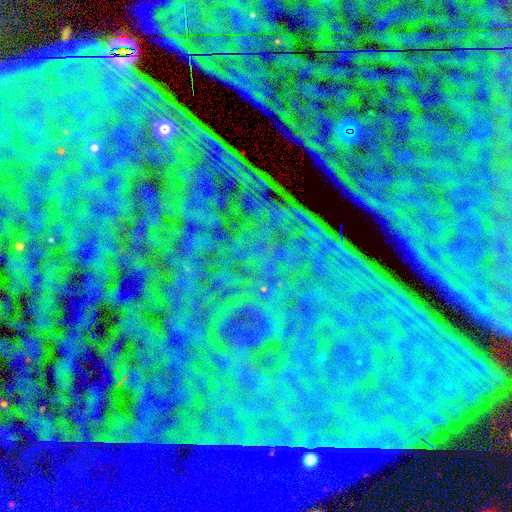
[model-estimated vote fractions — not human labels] smooth-or-featured: star or artifact: 86% | featured or disk: 7% | smooth: 7%